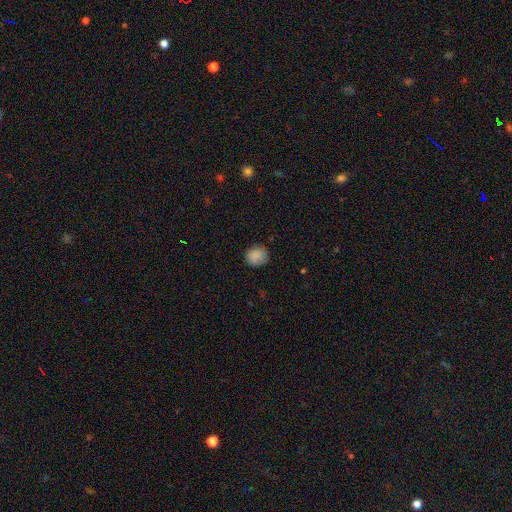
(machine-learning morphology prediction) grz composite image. It shows a smooth galaxy with no disk features (86%) that is round (81%). Merging: none (80%).